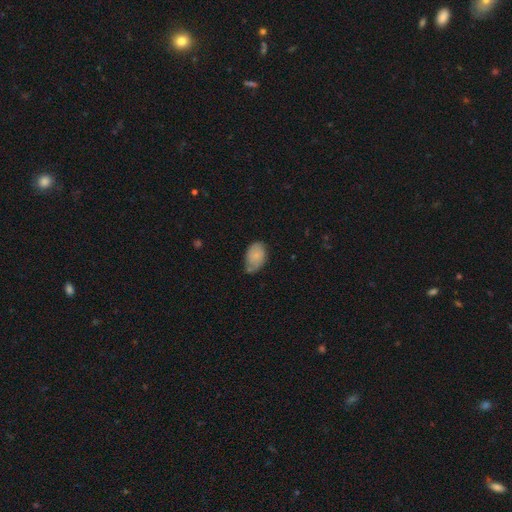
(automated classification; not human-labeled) Smooth or featured? smooth (76%)
How rounded? in between (88%)
Merging? none (51%)